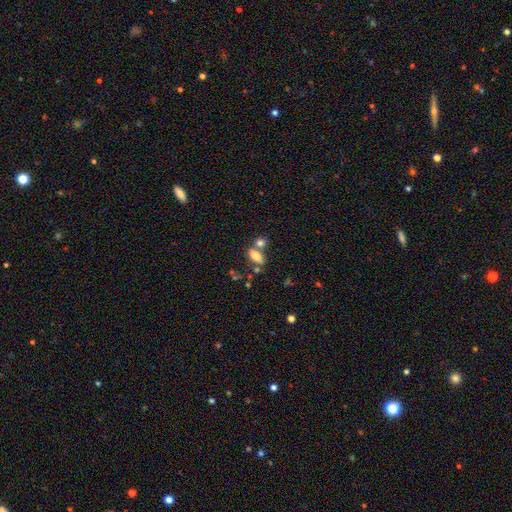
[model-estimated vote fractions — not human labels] A smooth galaxy with no disk features (79%) that is in between round and cigar-shaped (82%). Merging: none (49%).